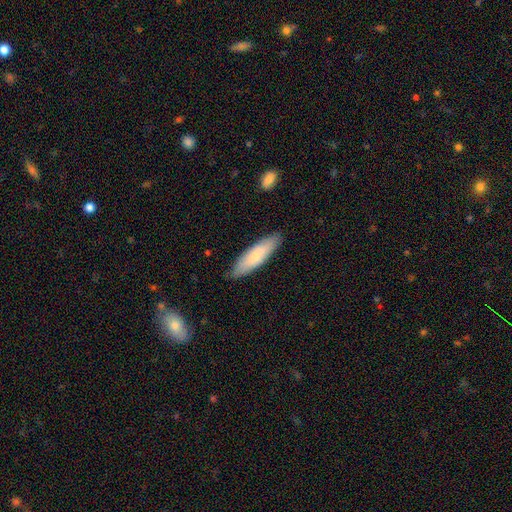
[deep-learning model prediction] Smooth or featured?
  - smooth: 72% *
  - featured or disk: 22%
  - star or artifact: 6%
How rounded?
  - cigar-shaped: 62% *
  - in between: 37%
  - round: 2%
Merging?
  - none: 86% *
  - minor disturbance: 11%
  - major disturbance: 2%
  - merger: 1%